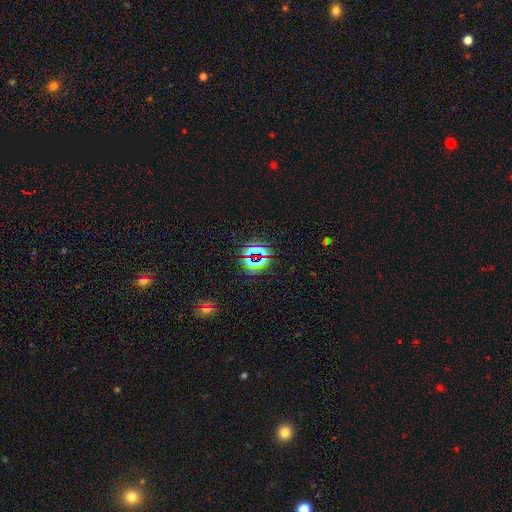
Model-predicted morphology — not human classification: This appears to be a star or artifact, not a galaxy (74%).